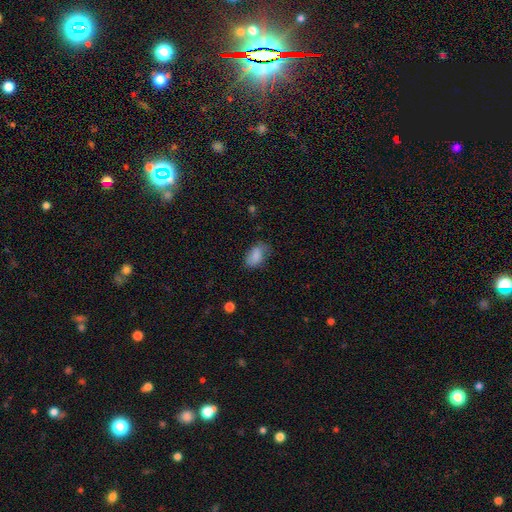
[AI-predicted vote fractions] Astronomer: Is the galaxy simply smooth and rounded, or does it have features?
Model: smooth — 83%.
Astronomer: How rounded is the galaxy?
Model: in between — 90%.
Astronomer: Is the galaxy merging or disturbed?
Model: none — 62%.